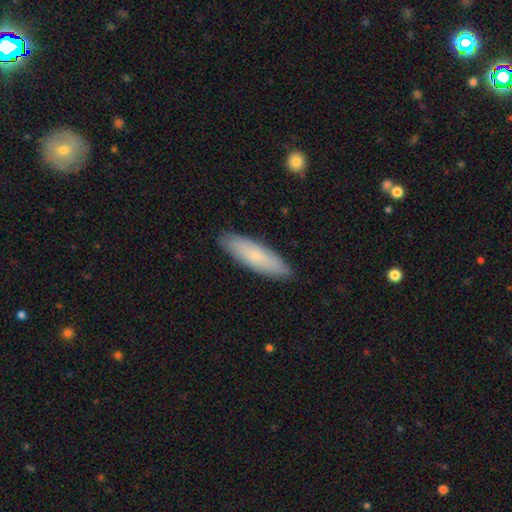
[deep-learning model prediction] This is likely a smooth galaxy (66%). How rounded: likely cigar-shaped (62%). Merging: clearly none (88%).